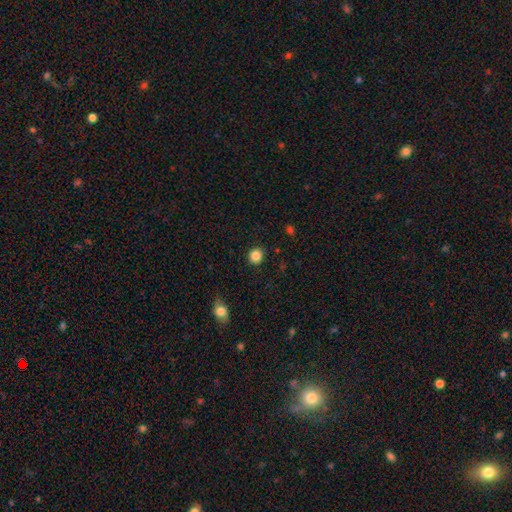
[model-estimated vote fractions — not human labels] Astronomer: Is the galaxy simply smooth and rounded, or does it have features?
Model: smooth — 85%.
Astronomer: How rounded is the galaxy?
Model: round — 87%.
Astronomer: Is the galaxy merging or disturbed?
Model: none — 91%.